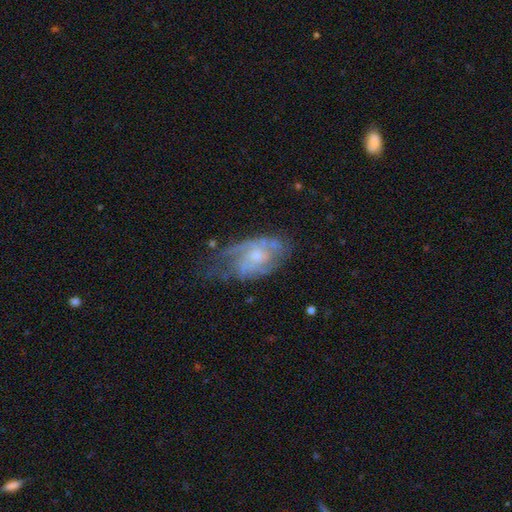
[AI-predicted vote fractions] smooth-or-featured: featured or disk: 71% | smooth: 22% | star or artifact: 8%
  disk-edge-on: no: 95% | yes: 5%
    bar: no: 70% | weak: 26% | strong: 4%
    has-spiral-arms: yes: 75% | no: 25%
    bulge-size: moderate: 45% | small: 40% | none: 10% | large: 4% | dominant: 1%
  merging: none: 43% | minor disturbance: 30% | major disturbance: 24% | merger: 3%